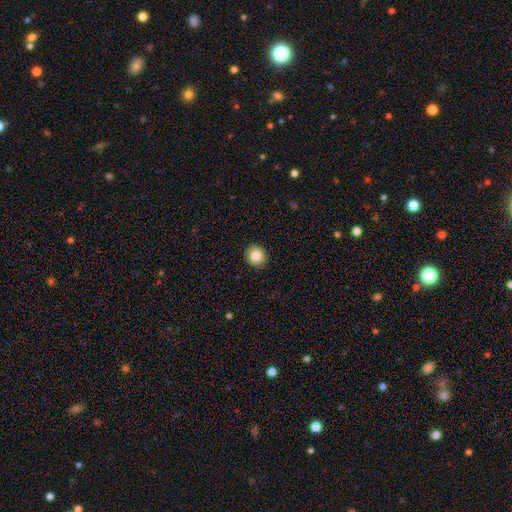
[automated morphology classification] A smooth galaxy with no disk features (85%) that is round (87%).

Vote fractions:
- Smooth or featured? smooth: 85% / star or artifact: 9% / featured or disk: 6%
- How rounded? round: 87% / in between: 13% / cigar-shaped: 1%
- Merging? none: 92% / minor disturbance: 5% / major disturbance: 2% / merger: 1%